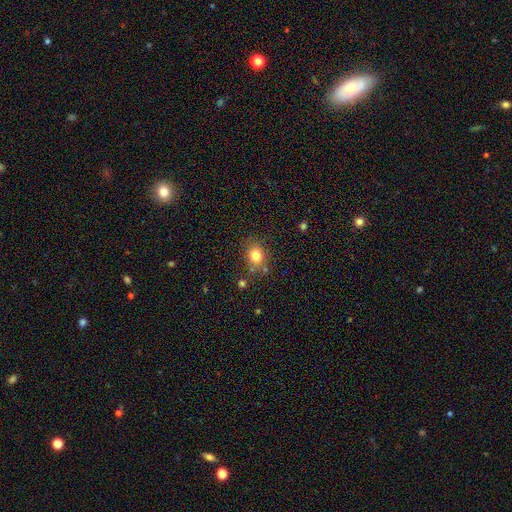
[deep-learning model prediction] A smooth galaxy with no disk features (80%) that is round (57%).

Vote fractions:
- Smooth or featured? smooth: 80% / star or artifact: 11% / featured or disk: 8%
- How rounded? round: 57% / in between: 42% / cigar-shaped: 1%
- Merging? none: 74% / minor disturbance: 14% / merger: 7% / major disturbance: 5%